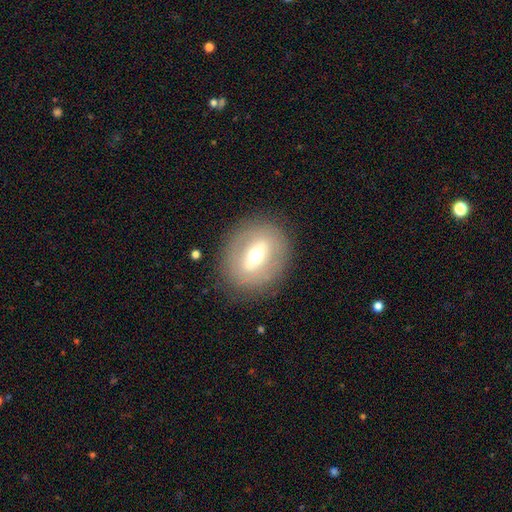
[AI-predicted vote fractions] Smooth or featured?
  - featured or disk: 57% *
  - smooth: 34%
  - star or artifact: 9%
Edge-on disk?
  - no: 78% *
  - yes: 22%
Merging?
  - none: 82% *
  - minor disturbance: 11%
  - major disturbance: 6%
  - merger: 1%